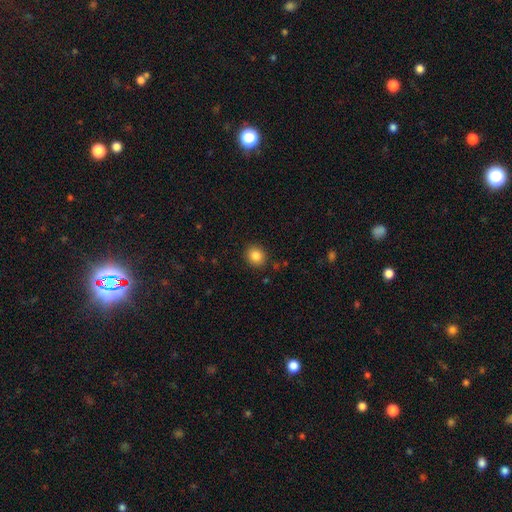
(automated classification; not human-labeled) Smooth or featured?
  - smooth: 84% *
  - star or artifact: 10%
  - featured or disk: 5%
How rounded?
  - round: 78% *
  - in between: 21%
  - cigar-shaped: 1%
Merging?
  - none: 89% *
  - minor disturbance: 7%
  - major disturbance: 2%
  - merger: 1%